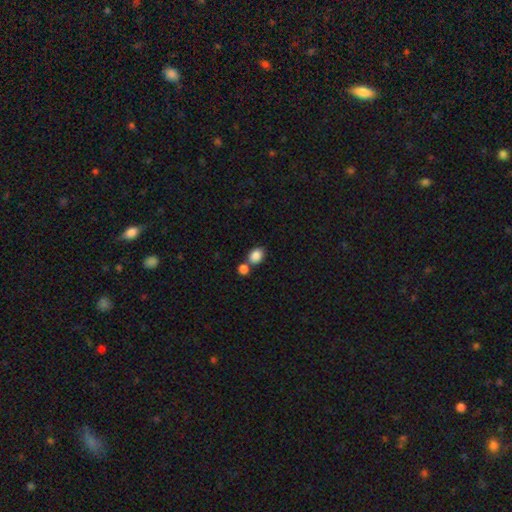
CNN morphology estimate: The model was most divided on "how rounded": in between: 57%, round: 42%, cigar-shaped: 1%. More confident: smooth or featured — smooth (86%); merging — none (55%).